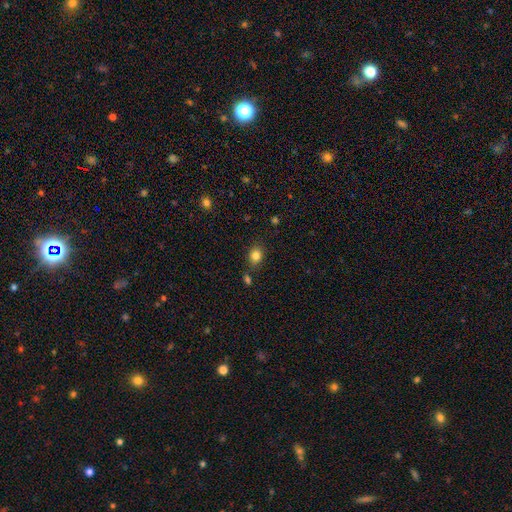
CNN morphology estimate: A smooth galaxy with no disk features (83%) that is round (51%). Merging: none (78%).